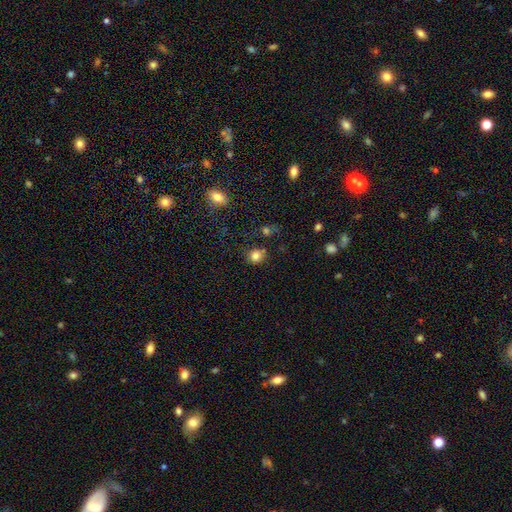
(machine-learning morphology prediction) smooth-or-featured: smooth: 82% | star or artifact: 12% | featured or disk: 6%
  how-rounded: round: 82% | in between: 17% | cigar-shaped: 1%
  merging: none: 74% | minor disturbance: 14% | merger: 7% | major disturbance: 4%